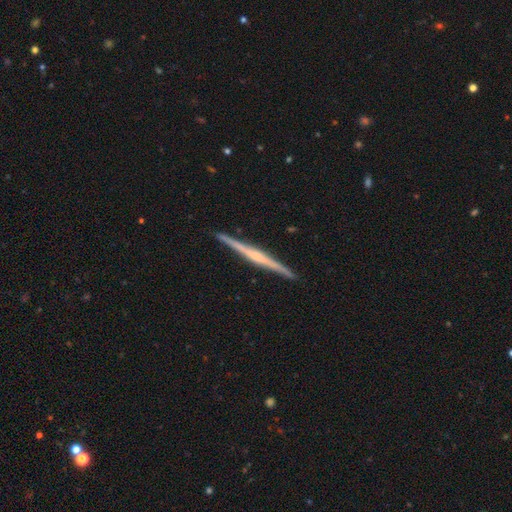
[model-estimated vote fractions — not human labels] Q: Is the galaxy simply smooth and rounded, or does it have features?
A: featured or disk — 78%.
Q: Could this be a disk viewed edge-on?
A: yes — 98%.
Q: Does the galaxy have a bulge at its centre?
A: rounded — 51%.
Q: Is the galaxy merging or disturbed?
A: none — 92%.